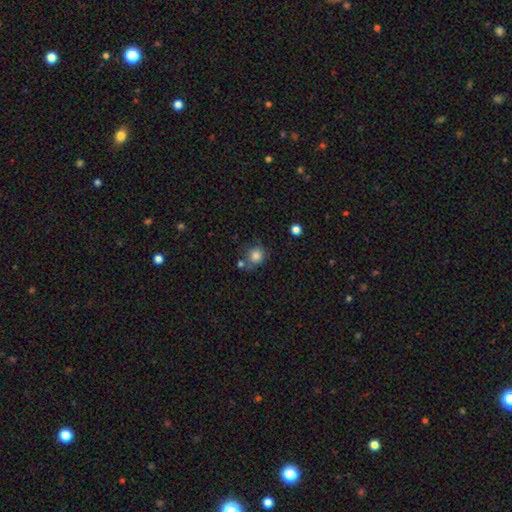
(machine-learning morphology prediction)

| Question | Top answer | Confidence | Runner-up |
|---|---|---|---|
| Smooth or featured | smooth | 83% | star or artifact (10%) |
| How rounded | round | 82% | in between (17%) |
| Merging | none | 60% | minor disturbance (18%) |